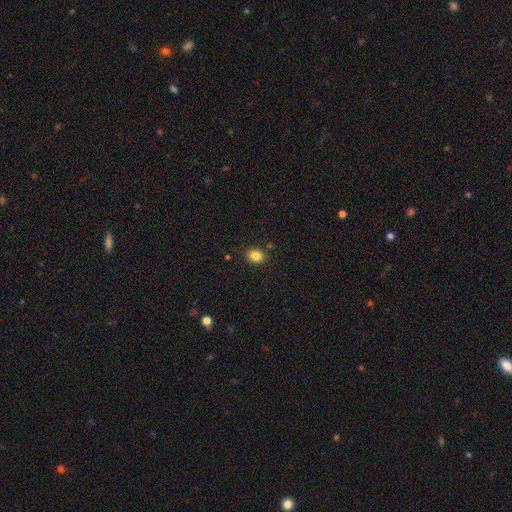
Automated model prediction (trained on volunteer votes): Smooth or featured? smooth (84%)
How rounded? in between (54%)
Merging? none (84%)